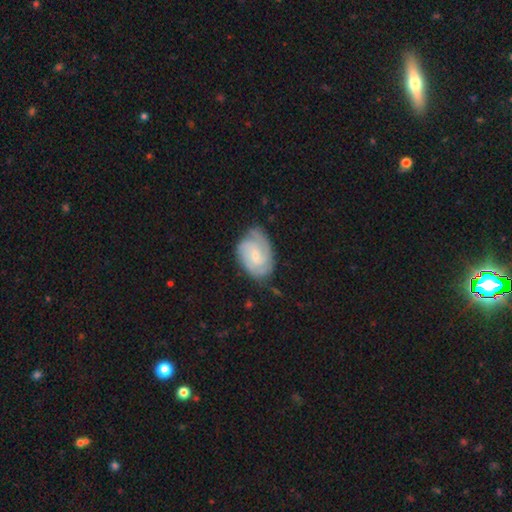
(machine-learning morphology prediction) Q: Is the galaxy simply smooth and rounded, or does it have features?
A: featured or disk — 75%.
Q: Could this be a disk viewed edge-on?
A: no — 97%.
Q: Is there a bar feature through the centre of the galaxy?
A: weak — 49%.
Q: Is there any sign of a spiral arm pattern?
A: yes — 94%.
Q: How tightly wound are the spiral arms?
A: tight — 56%.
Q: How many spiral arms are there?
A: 2 — 47%.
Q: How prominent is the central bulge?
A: small — 55%.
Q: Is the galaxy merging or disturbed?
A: none — 65%.